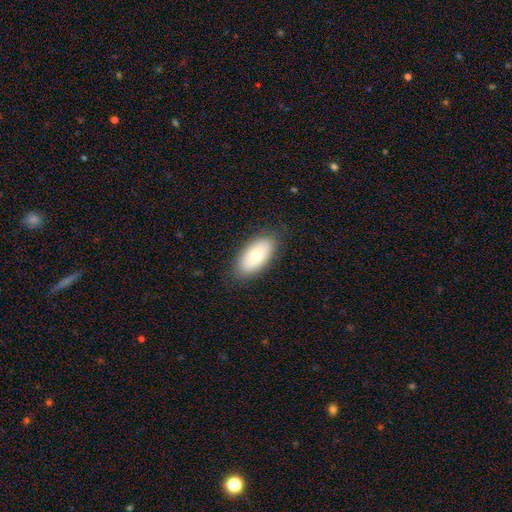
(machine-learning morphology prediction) The model was most divided on "smooth or featured": smooth: 76%, featured or disk: 18%, star or artifact: 7%. More confident: how rounded — in between (93%); merging — none (86%).